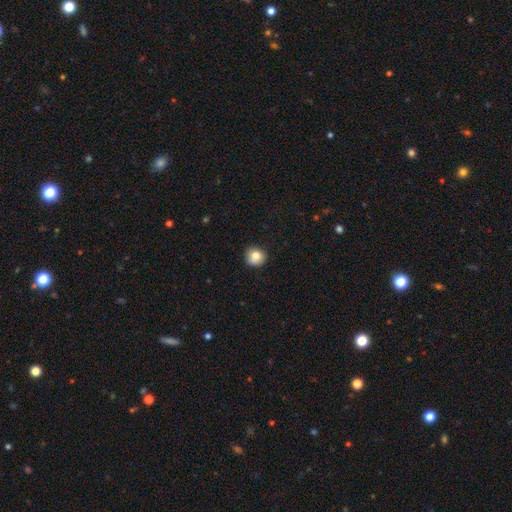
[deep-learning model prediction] A smooth galaxy with no disk features (82%) that is round (89%).

Vote fractions:
- Smooth or featured? smooth: 82% / star or artifact: 10% / featured or disk: 8%
- How rounded? round: 89% / in between: 10% / cigar-shaped: 1%
- Merging? none: 85% / minor disturbance: 12% / major disturbance: 2% / merger: 1%